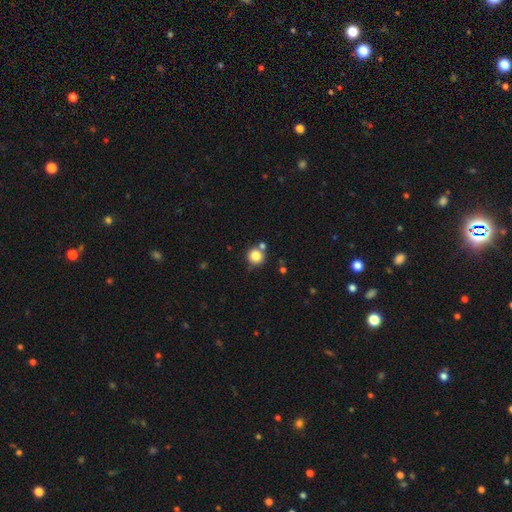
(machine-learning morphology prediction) Q: Smooth or featured?
A: smooth (82%); runner-up: star or artifact (11%)
Q: How rounded?
A: round (93%); runner-up: in between (6%)
Q: Merging?
A: none (73%); runner-up: merger (15%)